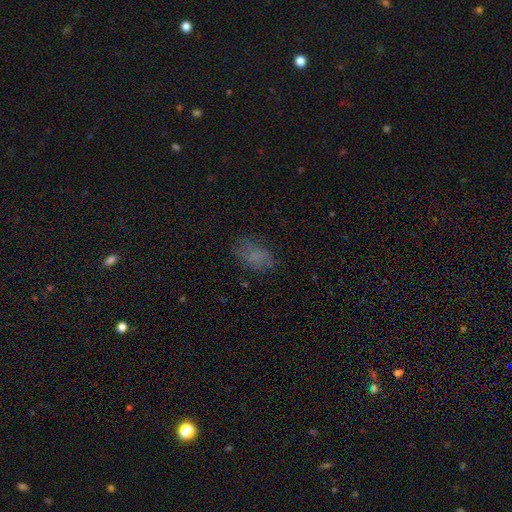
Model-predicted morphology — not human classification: Overall: smooth (69%). How rounded: in between (87%). Merging: none (66%).